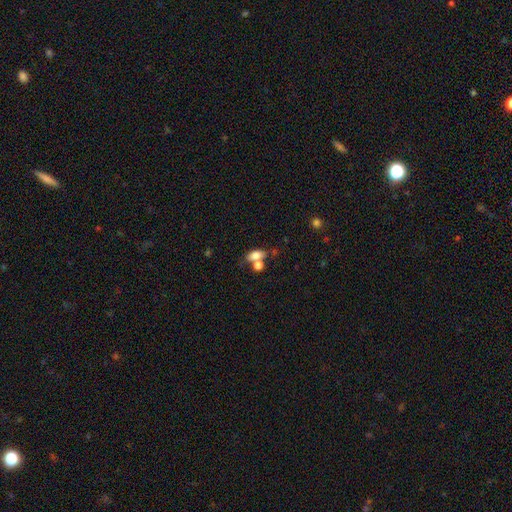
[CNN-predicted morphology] type=smooth (75%); roundness=in between (82%); merging=none (43%).